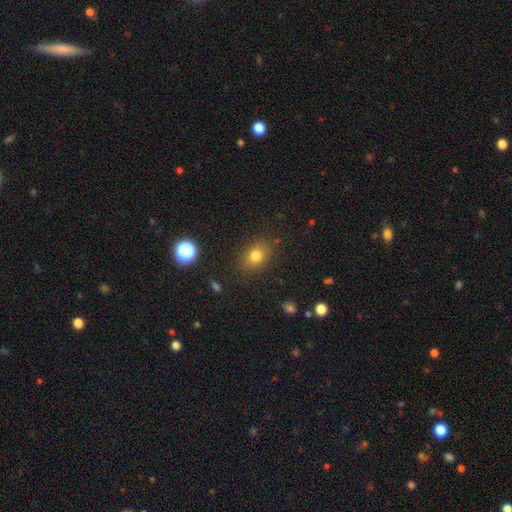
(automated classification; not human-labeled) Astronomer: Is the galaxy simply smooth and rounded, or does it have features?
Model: smooth — 78%.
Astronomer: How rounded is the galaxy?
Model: in between — 60% (runner-up: round, 39%).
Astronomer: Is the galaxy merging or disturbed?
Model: none — 85%.